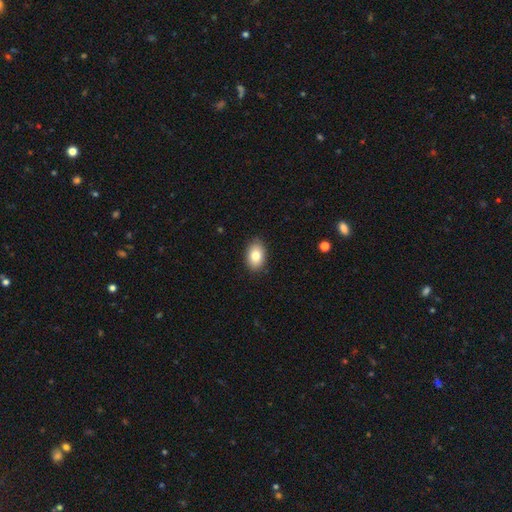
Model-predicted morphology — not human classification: Smooth or featured?
  - smooth: 83% *
  - featured or disk: 10%
  - star or artifact: 8%
How rounded?
  - in between: 86% *
  - round: 13%
  - cigar-shaped: 1%
Merging?
  - none: 88% *
  - minor disturbance: 9%
  - major disturbance: 2%
  - merger: 1%